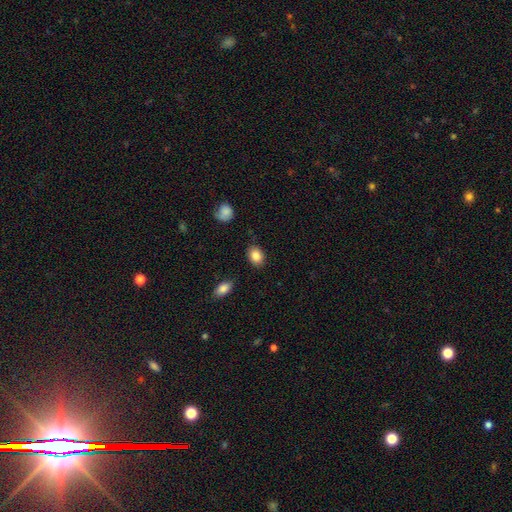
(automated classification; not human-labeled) A smooth galaxy with no disk features (87%) that is in between round and cigar-shaped (70%).

Vote fractions:
- Smooth or featured? smooth: 87% / star or artifact: 8% / featured or disk: 5%
- How rounded? in between: 70% / round: 29% / cigar-shaped: 1%
- Merging? none: 86% / minor disturbance: 10% / major disturbance: 2% / merger: 2%